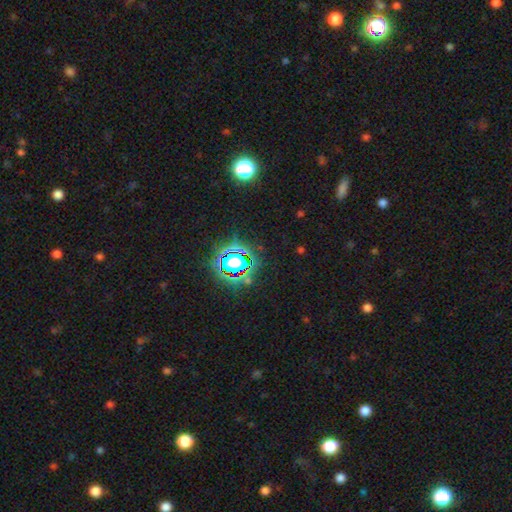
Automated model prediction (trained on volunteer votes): The model was most divided on "smooth or featured": star or artifact: 79%, smooth: 13%, featured or disk: 7%.